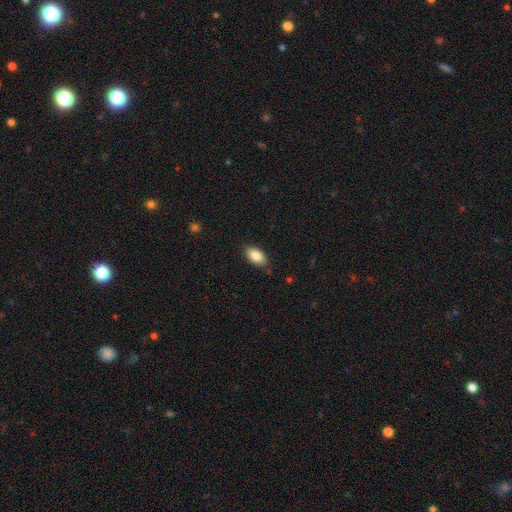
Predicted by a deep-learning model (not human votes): Q: Smooth or featured?
A: smooth (84%); runner-up: featured or disk (8%)
Q: How rounded?
A: in between (93%); runner-up: round (4%)
Q: Merging?
A: none (86%); runner-up: minor disturbance (11%)